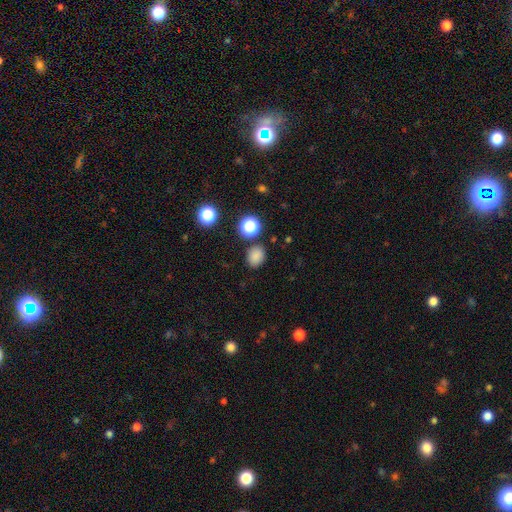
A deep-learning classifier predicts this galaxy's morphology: smooth 80%, star or artifact 15%, featured or disk 4%. Down the decision tree: how rounded — round (51%); merging — none (82%).